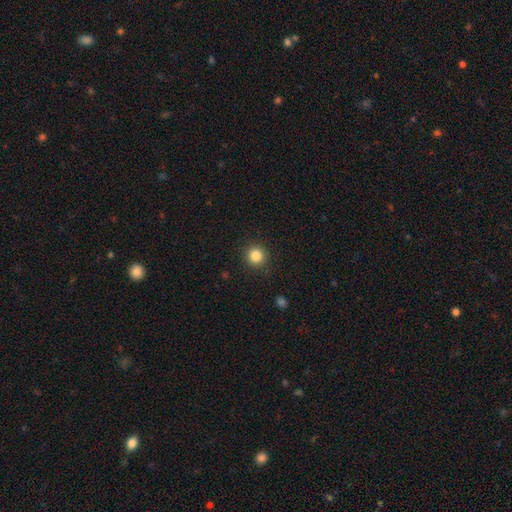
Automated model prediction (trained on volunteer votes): This appears to be a smooth galaxy with no disk features (84%) that is round (94%). Merging: none (91%).